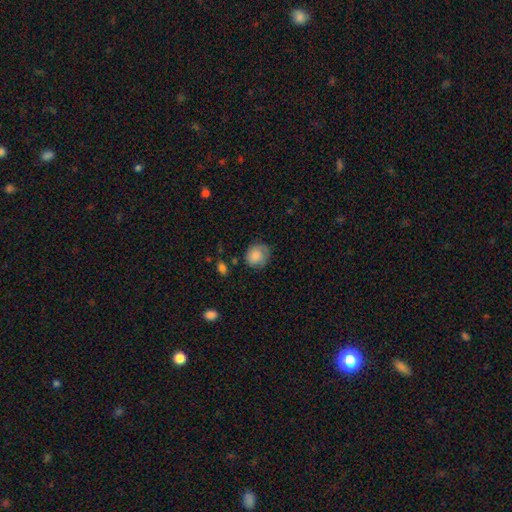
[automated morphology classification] Q: Smooth or featured?
A: smooth (79%); runner-up: featured or disk (14%)
Q: How rounded?
A: round (77%); runner-up: in between (22%)
Q: Merging?
A: none (64%); runner-up: minor disturbance (25%)